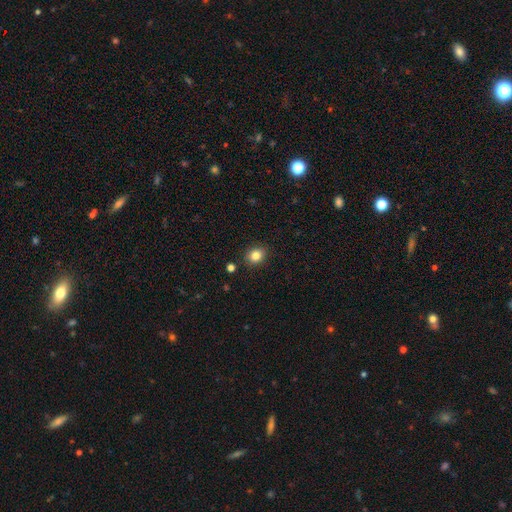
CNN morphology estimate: Smooth or featured: smooth — 83% (star or artifact — 11%)
How rounded: round — 67% (in between — 32%)
Merging: none — 89% (minor disturbance — 8%)